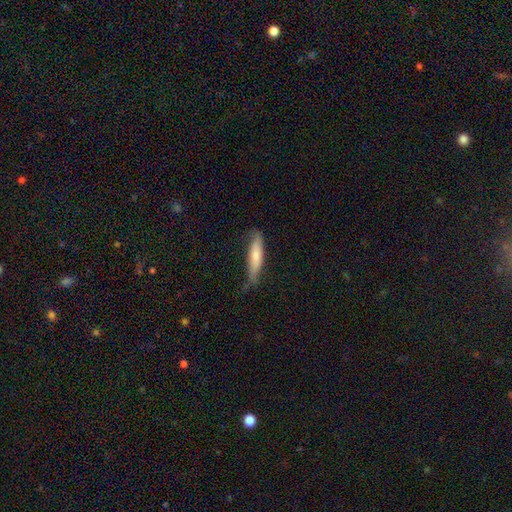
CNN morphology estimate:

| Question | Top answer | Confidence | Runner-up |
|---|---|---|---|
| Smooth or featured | smooth | 69% | featured or disk (26%) |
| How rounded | cigar-shaped | 81% | in between (17%) |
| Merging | none | 62% | minor disturbance (30%) |